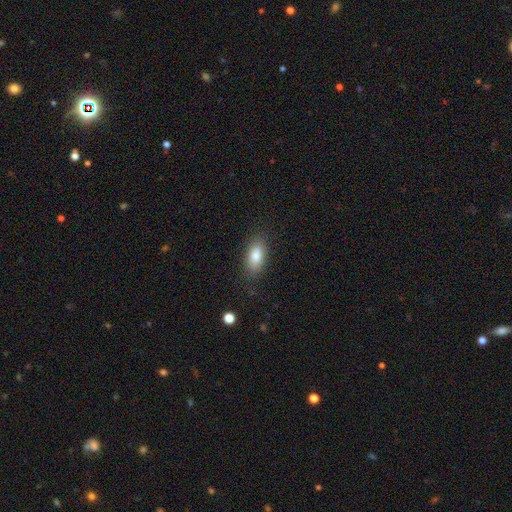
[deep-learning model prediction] Smooth or featured? smooth (83%)
How rounded? in between (87%)
Merging? none (83%)